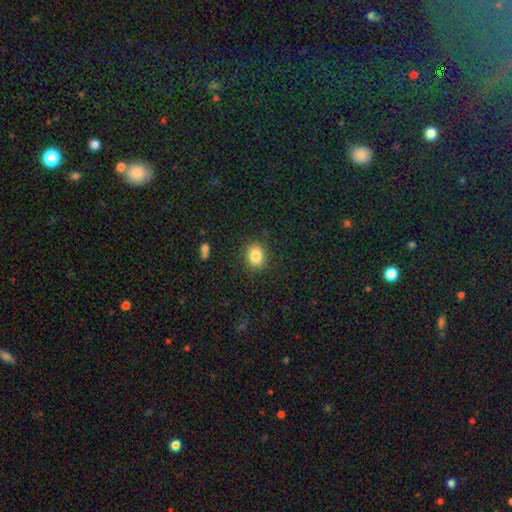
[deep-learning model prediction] smooth 85%, star or artifact 10%, featured or disk 6%. Down the decision tree: how rounded — round (50%); merging — none (87%).